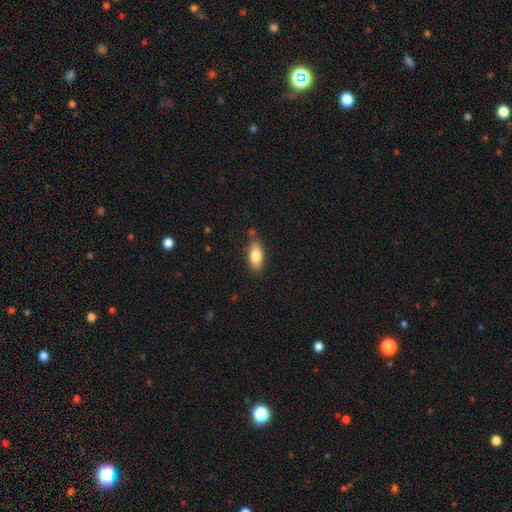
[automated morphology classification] Smooth or featured? Predicted: smooth (p=0.80). How rounded? Predicted: in between (p=0.87). Merging? Predicted: none (p=0.78).